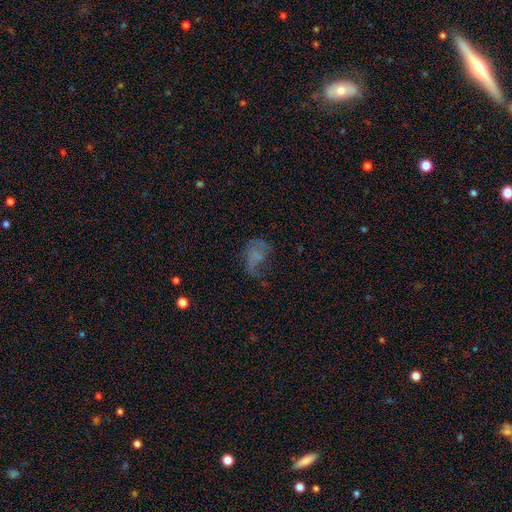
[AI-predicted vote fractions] Smooth or featured?
  - featured or disk: 44% *
  - smooth: 39%
  - star or artifact: 17%
Merging?
  - major disturbance: 43% *
  - none: 31%
  - minor disturbance: 21%
  - merger: 4%